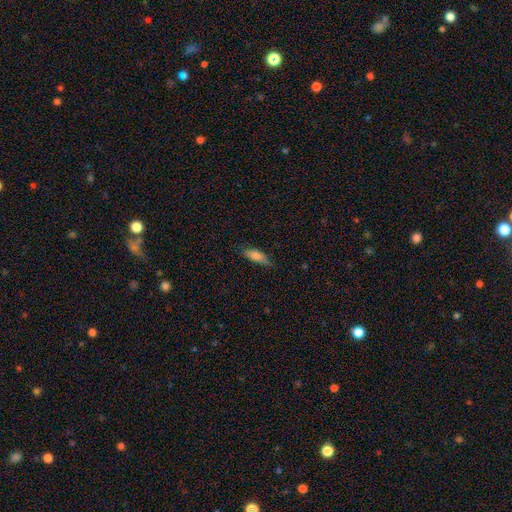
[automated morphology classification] smooth-or-featured: smooth: 72% | featured or disk: 21% | star or artifact: 7%
  how-rounded: in between: 56% | cigar-shaped: 41% | round: 2%
  merging: none: 74% | minor disturbance: 21% | major disturbance: 4% | merger: 1%